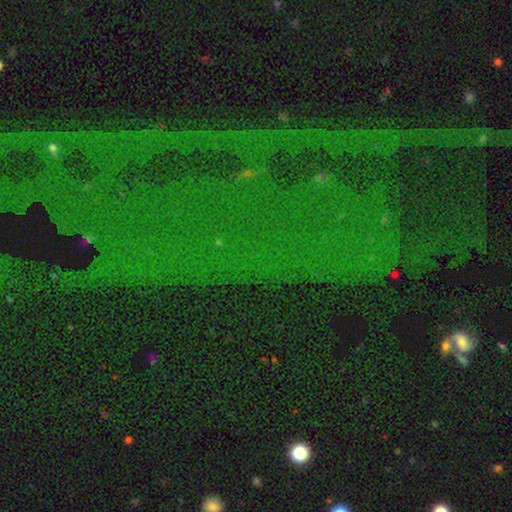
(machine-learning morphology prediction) Q: Smooth or featured?
A: star or artifact (84%); runner-up: featured or disk (8%)